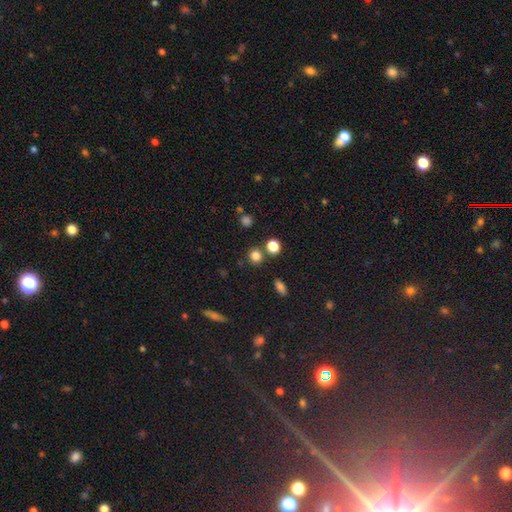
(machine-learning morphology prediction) Q: Smooth or featured?
A: smooth (81%); runner-up: star or artifact (14%)
Q: How rounded?
A: round (87%); runner-up: in between (11%)
Q: Merging?
A: none (80%); runner-up: merger (9%)